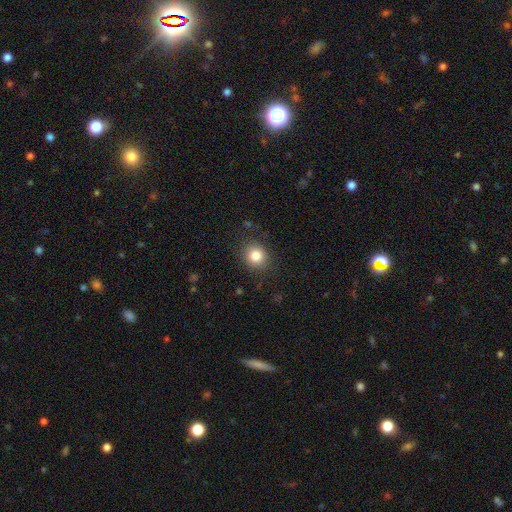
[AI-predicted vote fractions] The model was most divided on "how rounded": round: 79%, in between: 20%, cigar-shaped: 1%. More confident: merging — none (86%); smooth or featured — smooth (83%).